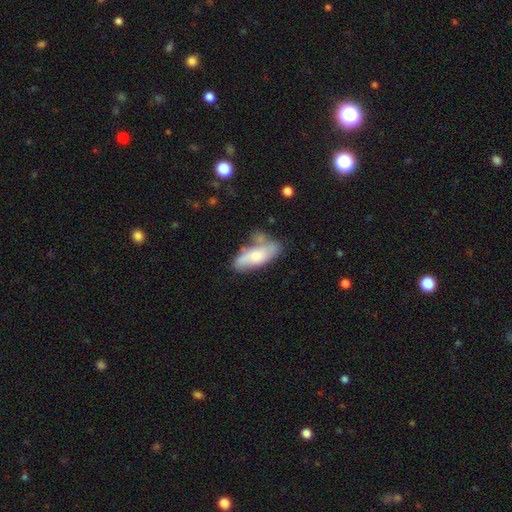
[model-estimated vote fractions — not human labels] Overall: smooth (63%; featured or disk 30%). How rounded: in between (69%). Merging: none (49%; minor disturbance 26%).